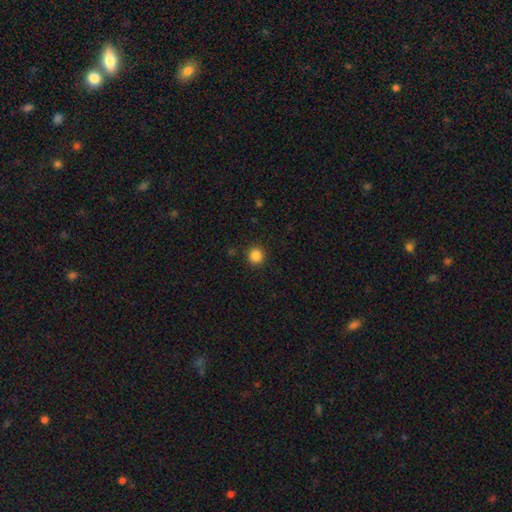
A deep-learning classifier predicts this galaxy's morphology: Smooth or featured?
  - smooth: 85% *
  - star or artifact: 11%
  - featured or disk: 3%
How rounded?
  - round: 94% *
  - in between: 5%
  - cigar-shaped: 1%
Merging?
  - none: 92% *
  - minor disturbance: 5%
  - major disturbance: 2%
  - merger: 1%